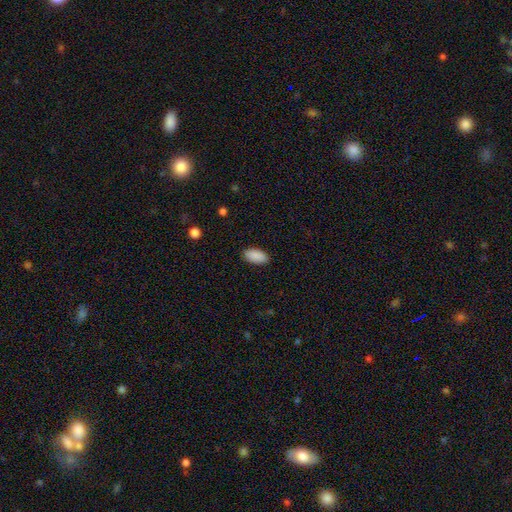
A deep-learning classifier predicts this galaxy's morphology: smooth_or_featured: smooth (p=0.91) [alt: star or artifact p=0.06]
how_rounded: in between (p=0.94) [alt: cigar-shaped p=0.04]
merging: none (p=0.88) [alt: minor disturbance p=0.09]